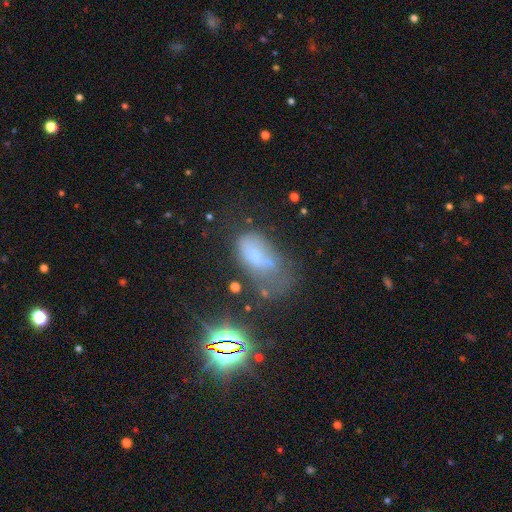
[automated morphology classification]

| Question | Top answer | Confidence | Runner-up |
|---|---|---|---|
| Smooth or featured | smooth | 52% | featured or disk (30%) |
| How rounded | in between | 90% | round (6%) |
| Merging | major disturbance | 37% | minor disturbance (26%) |